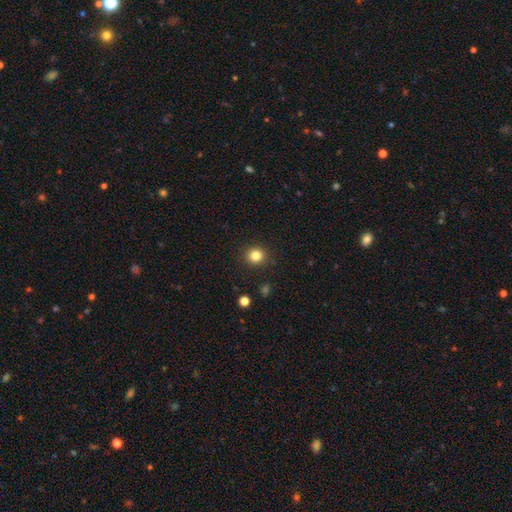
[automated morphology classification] Smooth or featured? Predicted: smooth (p=0.83). How rounded? Predicted: round (p=0.87). Merging? Predicted: none (p=0.91).